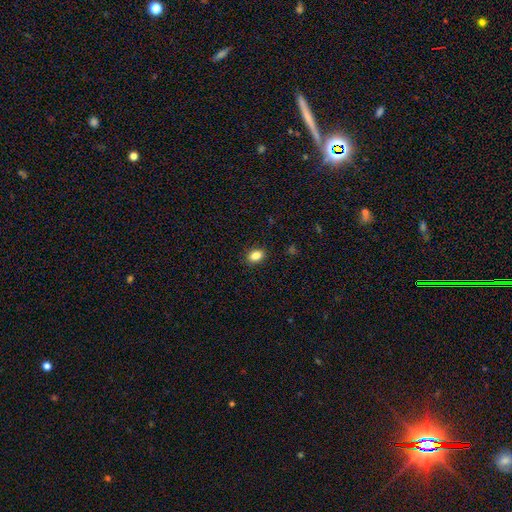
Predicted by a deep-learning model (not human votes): Morphology: type=smooth (86%); roundness=in between (80%); merging=none (88%).